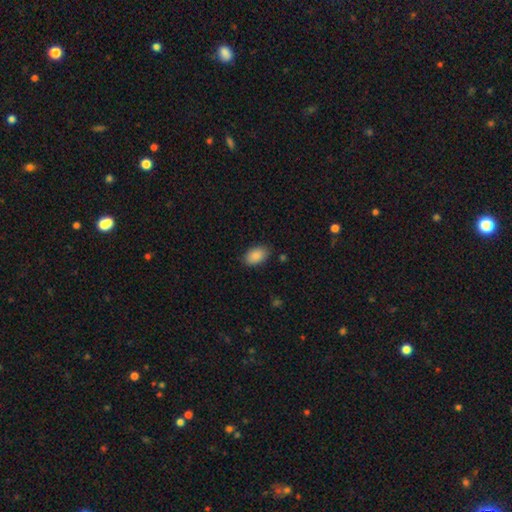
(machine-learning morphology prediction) Overall: smooth (88%). How rounded: in between (92%). Merging: none (85%).